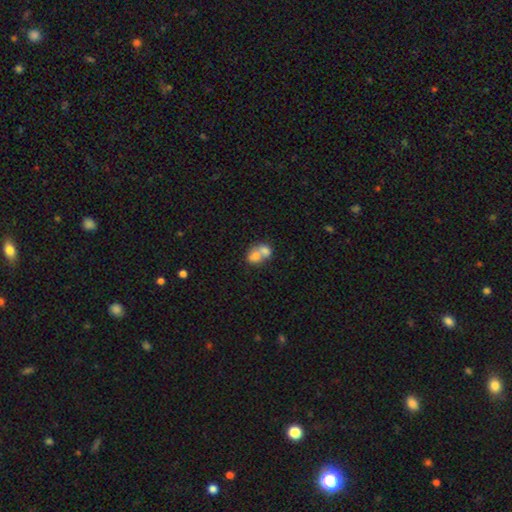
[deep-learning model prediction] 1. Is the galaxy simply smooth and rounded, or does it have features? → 72% smooth, 20% featured or disk, 9% star or artifact.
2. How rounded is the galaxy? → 58% in between, 41% round, 1% cigar-shaped.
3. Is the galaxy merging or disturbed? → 74% merger, 17% none, 6% minor disturbance, 3% major disturbance.